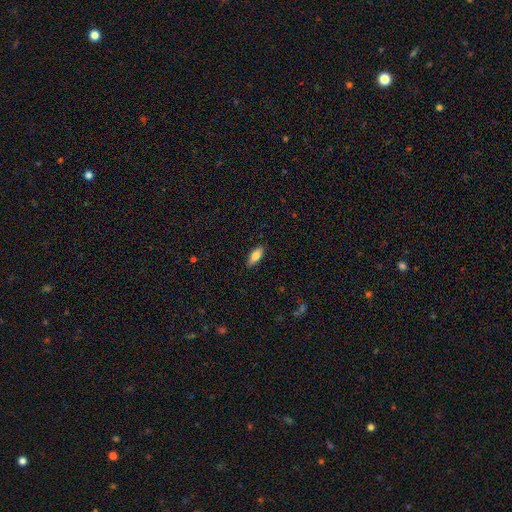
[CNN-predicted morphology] smooth-or-featured: smooth: 83% | featured or disk: 10% | star or artifact: 6%
  how-rounded: in between: 79% | cigar-shaped: 19% | round: 2%
  merging: none: 88% | minor disturbance: 9% | major disturbance: 2% | merger: 1%